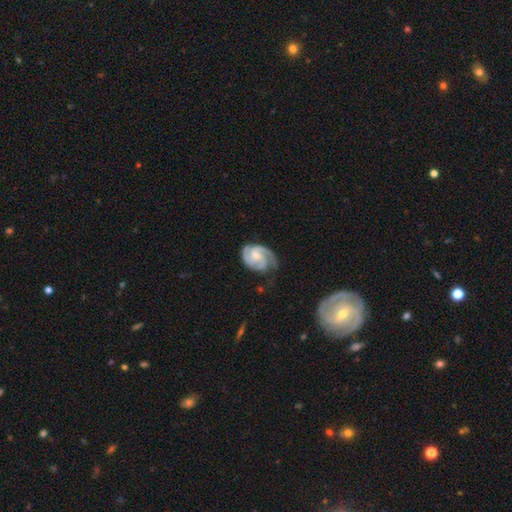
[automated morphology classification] Smooth or featured: featured or disk — 87% (smooth — 9%)
Edge-on disk: no — 98% (yes — 2%)
Bar: no — 52% (weak — 40%)
Spiral arms: yes — 98% (no — 2%)
Spiral winding: tight — 50% (medium — 42%)
Spiral arm count: 2 — 60% (3 — 24%)
Bulge size: moderate — 45% (small — 41%)
Merging: none — 61% (minor disturbance — 26%)